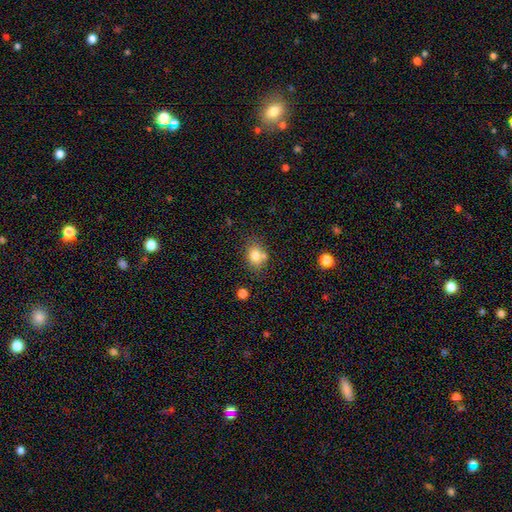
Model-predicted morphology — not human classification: Smooth or featured?
  - smooth: 79% *
  - featured or disk: 11%
  - star or artifact: 10%
How rounded?
  - in between: 63% *
  - round: 36%
  - cigar-shaped: 1%
Merging?
  - none: 63% *
  - merger: 17%
  - minor disturbance: 16%
  - major disturbance: 4%